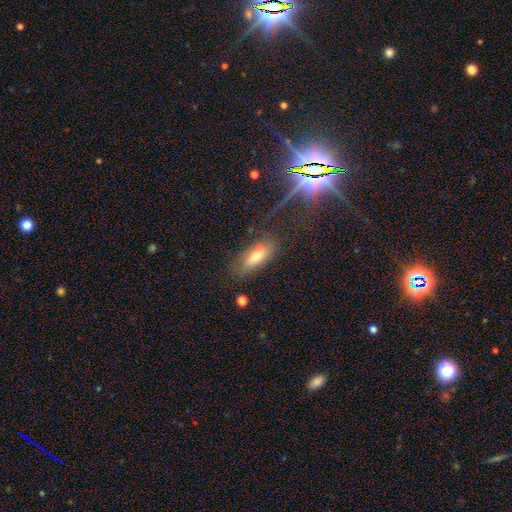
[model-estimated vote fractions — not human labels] Morphology: type=smooth (62%); roundness=in between (73%); merging=none (70%).